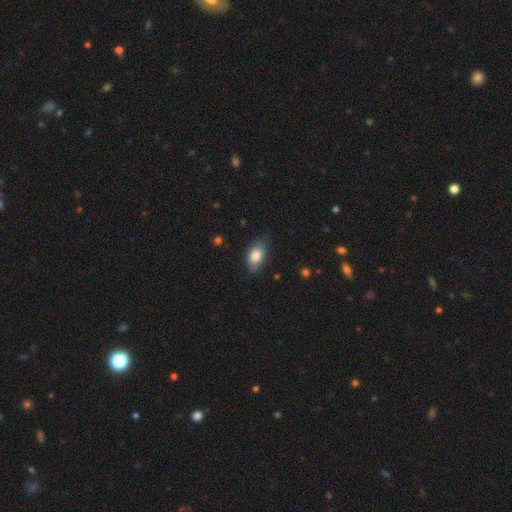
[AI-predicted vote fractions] This is clearly a smooth galaxy (82%). How rounded: clearly in between (88%). Merging: likely none (68%).